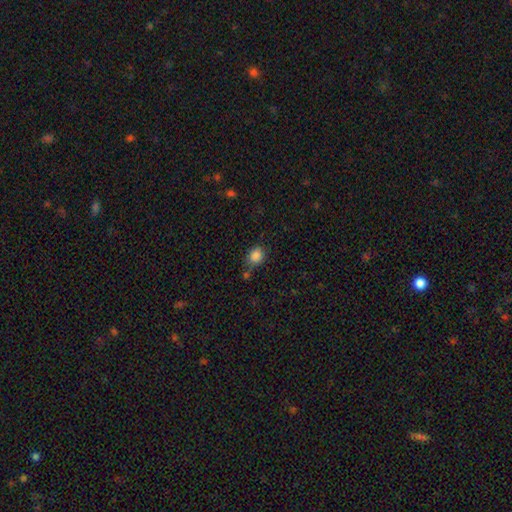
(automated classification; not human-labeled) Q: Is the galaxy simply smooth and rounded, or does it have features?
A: smooth — 85%.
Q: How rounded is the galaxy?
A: round — 55%.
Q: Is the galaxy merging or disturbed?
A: none — 65%.